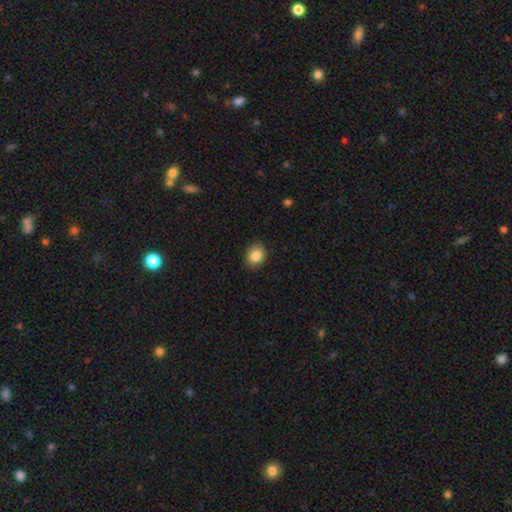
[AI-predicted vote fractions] Smooth or featured: smooth — 86% (star or artifact — 9%)
How rounded: round — 55% (in between — 44%)
Merging: none — 88% (minor disturbance — 9%)